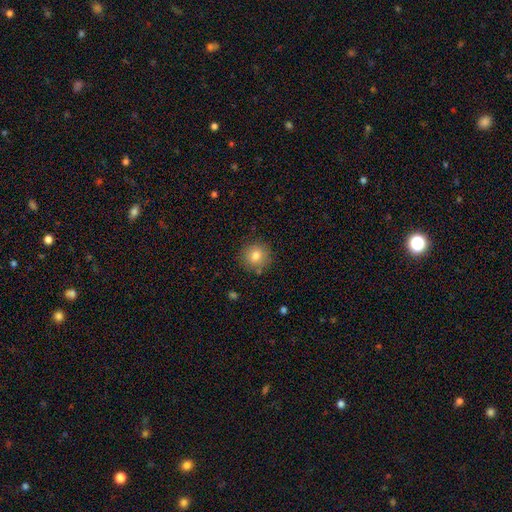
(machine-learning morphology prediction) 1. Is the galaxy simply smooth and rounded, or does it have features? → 80% smooth, 10% star or artifact, 9% featured or disk.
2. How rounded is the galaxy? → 93% round, 6% in between, 1% cigar-shaped.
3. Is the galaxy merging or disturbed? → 86% none, 9% minor disturbance, 3% major disturbance, 2% merger.